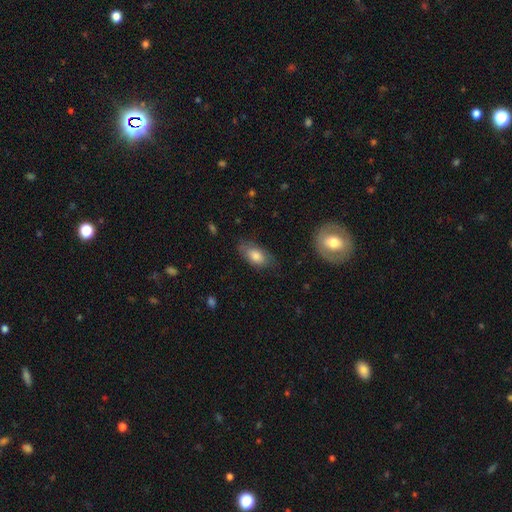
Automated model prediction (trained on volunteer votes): A smooth galaxy with no disk features (79%) that is in between round and cigar-shaped (89%).

Vote fractions:
- Smooth or featured? smooth: 79% / featured or disk: 14% / star or artifact: 7%
- How rounded? in between: 89% / cigar-shaped: 6% / round: 4%
- Merging? none: 74% / minor disturbance: 20% / major disturbance: 5% / merger: 2%